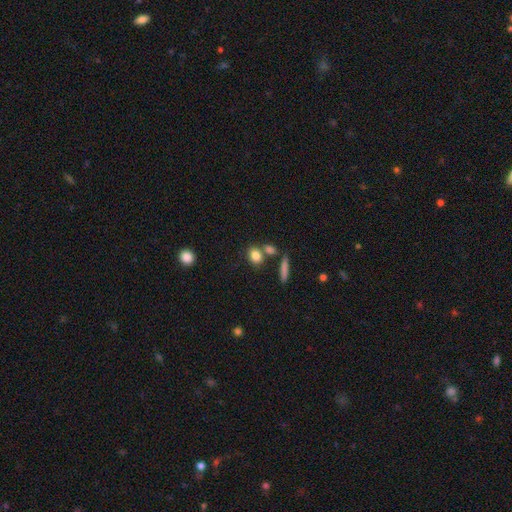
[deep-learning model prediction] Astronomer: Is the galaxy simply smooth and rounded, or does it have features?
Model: smooth — 82%.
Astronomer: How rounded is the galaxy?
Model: in between — 56% (runner-up: round, 39%).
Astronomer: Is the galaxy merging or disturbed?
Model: none — 63%.